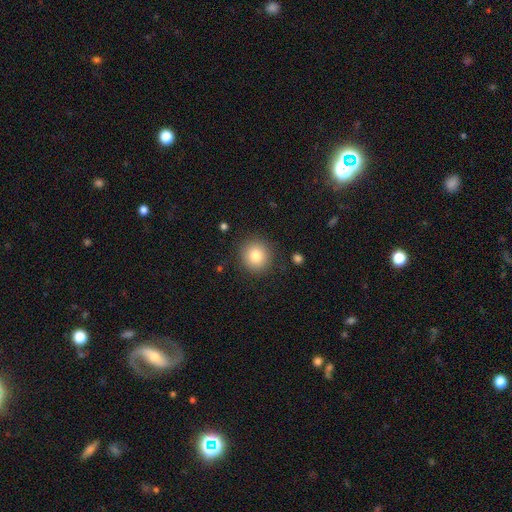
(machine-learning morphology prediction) A smooth galaxy with no disk features (81%) that is round (90%).

Vote fractions:
- Smooth or featured? smooth: 81% / star or artifact: 10% / featured or disk: 9%
- How rounded? round: 90% / in between: 9% / cigar-shaped: 1%
- Merging? none: 88% / minor disturbance: 8% / major disturbance: 3% / merger: 1%